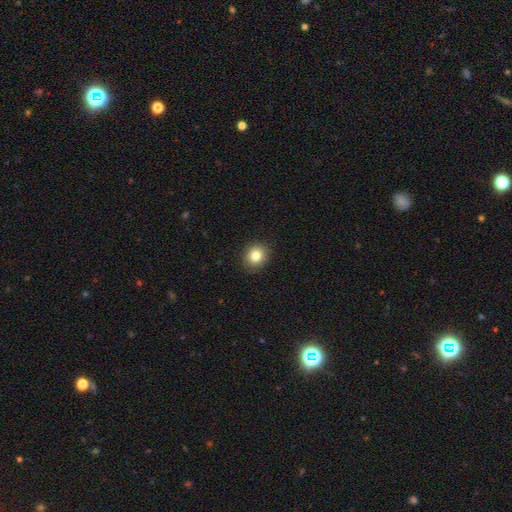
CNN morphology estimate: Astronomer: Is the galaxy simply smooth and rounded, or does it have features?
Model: smooth — 83%.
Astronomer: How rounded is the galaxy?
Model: round — 74%.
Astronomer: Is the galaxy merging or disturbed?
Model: none — 90%.